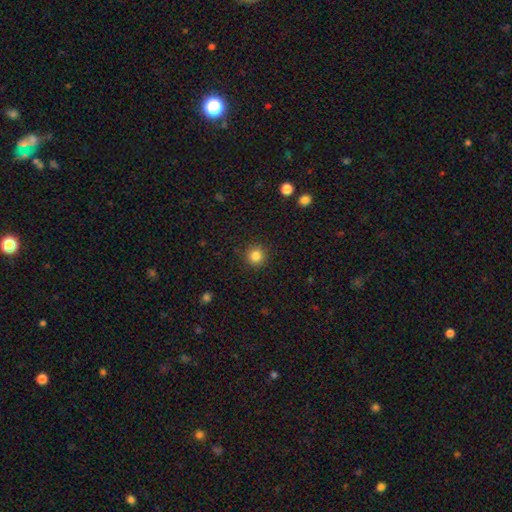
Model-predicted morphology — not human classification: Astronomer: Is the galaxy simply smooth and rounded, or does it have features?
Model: smooth — 84%.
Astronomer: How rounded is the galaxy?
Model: round — 94%.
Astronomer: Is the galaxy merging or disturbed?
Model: none — 91%.